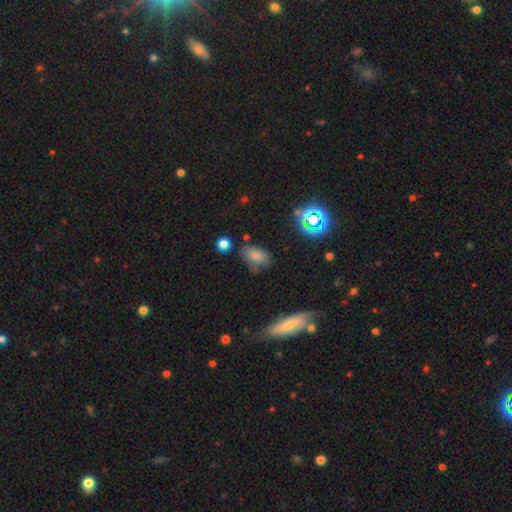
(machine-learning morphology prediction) Q: Smooth or featured?
A: smooth (73%); runner-up: star or artifact (16%)
Q: How rounded?
A: in between (85%); runner-up: round (13%)
Q: Merging?
A: none (56%); runner-up: minor disturbance (29%)